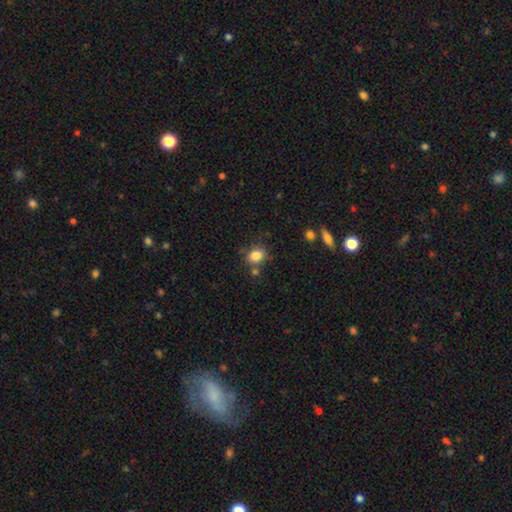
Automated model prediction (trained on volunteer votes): This appears to be a smooth galaxy with no disk features (83%) that is round (53%). Merging: none (70%).